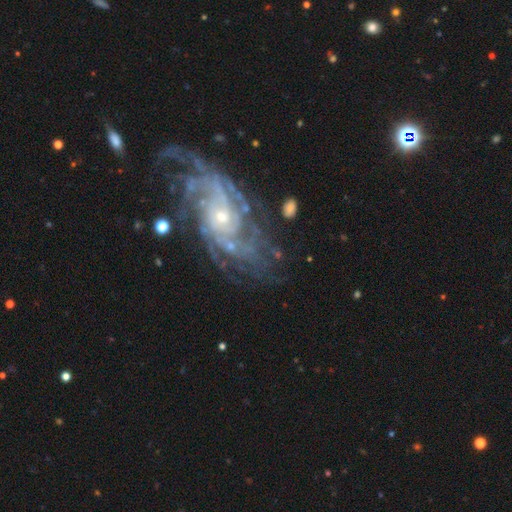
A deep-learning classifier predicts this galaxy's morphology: Overall: featured or disk (89%). Edge-on disk: no (96%). Bar: no (69%). Spiral arms: yes (97%). Spiral arm count: can't tell (28%; 4 18%). Spiral winding: tight (53%; medium 35%). Bulge size: small (75%). Merging: none (67%).